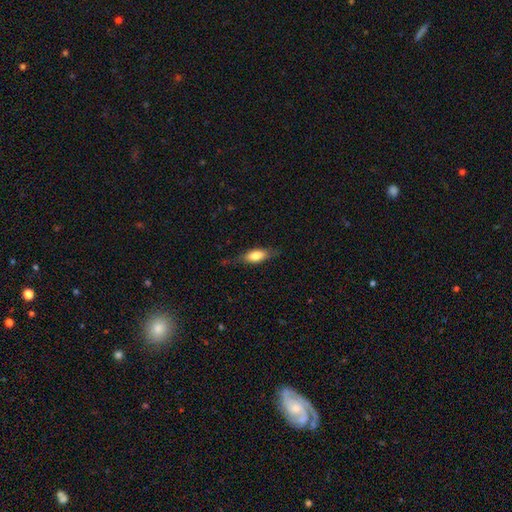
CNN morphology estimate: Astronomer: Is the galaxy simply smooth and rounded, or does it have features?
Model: smooth — 72%.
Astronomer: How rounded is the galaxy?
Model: in between — 71%.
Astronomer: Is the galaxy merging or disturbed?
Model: none — 71%.